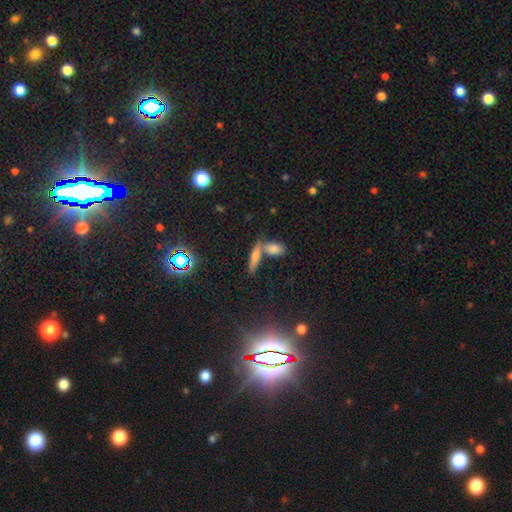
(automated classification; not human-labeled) This appears to be a smooth galaxy with no disk features (60%) that is cigar-shaped (55%). Merging: none (50%).